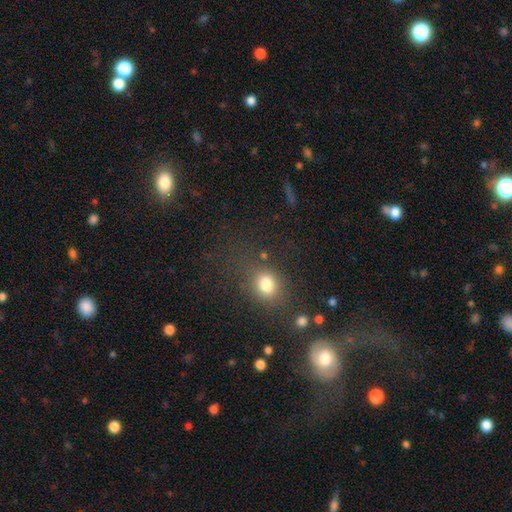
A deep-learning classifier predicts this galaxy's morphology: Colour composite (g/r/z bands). It shows a smooth galaxy with no disk features (54%) that is round (76%). Merging: none (46%).